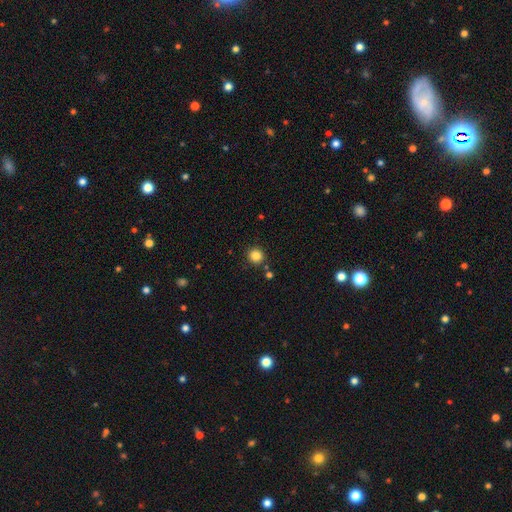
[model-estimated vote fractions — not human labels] A smooth galaxy with no disk features (84%) that is round (93%).

Vote fractions:
- Smooth or featured? smooth: 84% / star or artifact: 11% / featured or disk: 4%
- How rounded? round: 93% / in between: 6% / cigar-shaped: 1%
- Merging? none: 86% / minor disturbance: 7% / merger: 4% / major disturbance: 2%